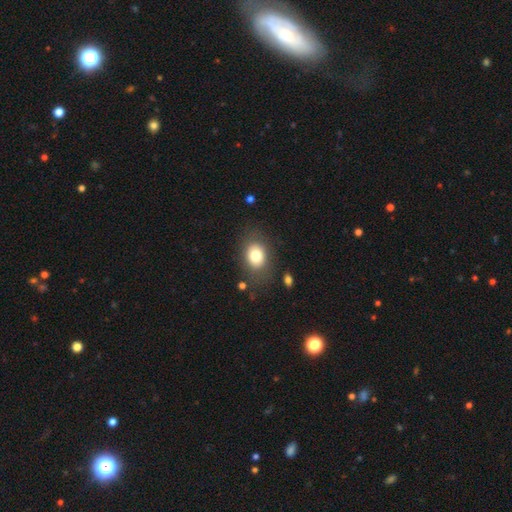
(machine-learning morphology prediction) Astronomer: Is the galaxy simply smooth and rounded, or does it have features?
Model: smooth — 78%.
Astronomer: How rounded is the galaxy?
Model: in between — 64%.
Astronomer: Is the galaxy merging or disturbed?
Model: none — 78%.